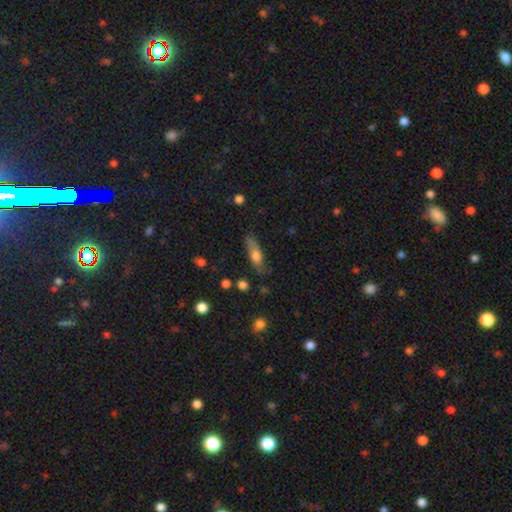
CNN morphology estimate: smooth_or_featured: smooth (p=0.60) [alt: featured or disk p=0.32]
how_rounded: cigar-shaped (p=0.48) [tied with: in between p=0.48]
merging: none (p=0.62) [alt: minor disturbance p=0.26]